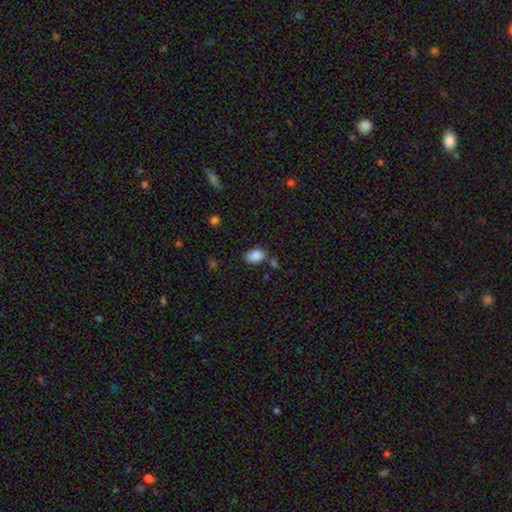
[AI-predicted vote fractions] The model was most divided on "merging": none: 68%, minor disturbance: 19%, merger: 9%, major disturbance: 5%. More confident: how rounded — in between (88%); smooth or featured — smooth (88%).